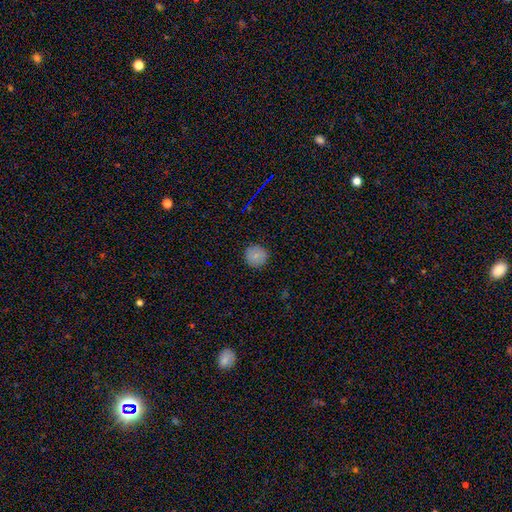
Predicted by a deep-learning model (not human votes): Smooth or featured? Predicted: smooth (p=0.81). How rounded? Predicted: round (p=0.94). Merging? Predicted: none (p=0.91).